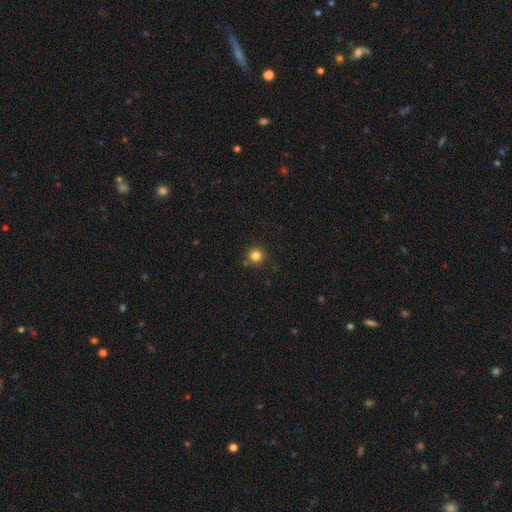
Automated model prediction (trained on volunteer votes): This appears to be a smooth galaxy with no disk features (83%) that is round (94%). Merging: none (85%).